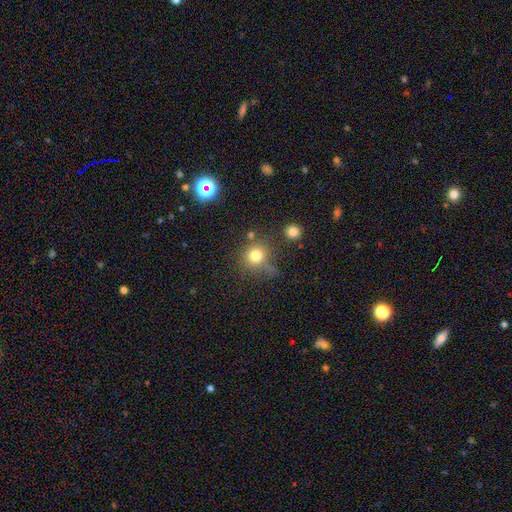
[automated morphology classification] smooth 77%, star or artifact 14%, featured or disk 9%. Down the decision tree: how rounded — round (86%); merging — none (67%).